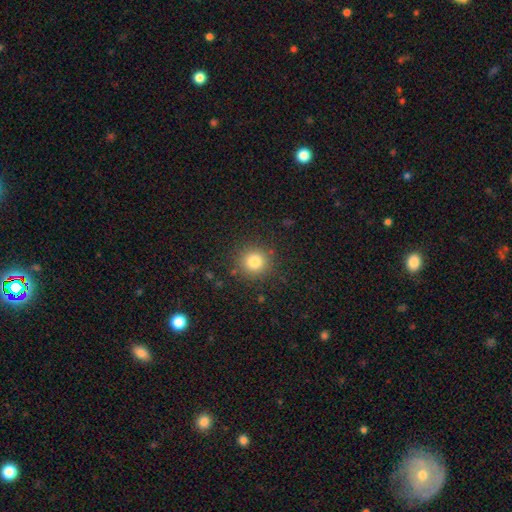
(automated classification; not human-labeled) Q: Smooth or featured?
A: smooth (69%); runner-up: star or artifact (25%)
Q: How rounded?
A: round (95%); runner-up: in between (4%)
Q: Merging?
A: none (92%); runner-up: minor disturbance (5%)